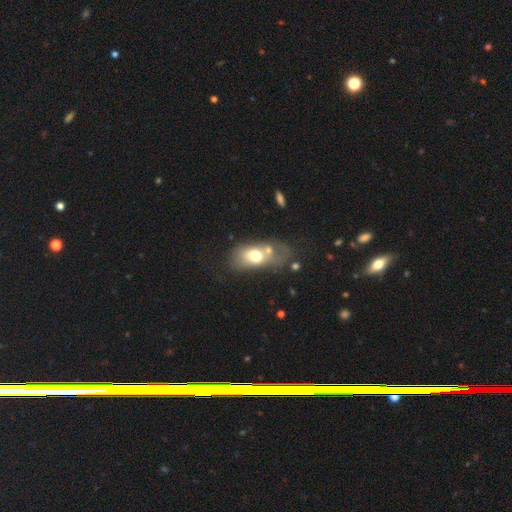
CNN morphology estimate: smooth 62%, featured or disk 29%, star or artifact 9%. Down the decision tree: how rounded — in between (84%); merging — merger (32%).